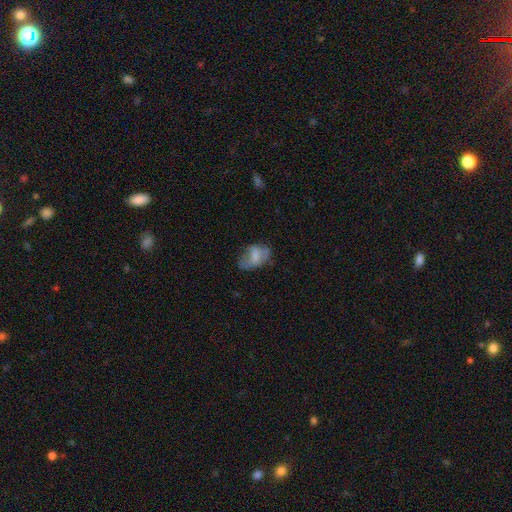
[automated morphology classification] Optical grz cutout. It shows a smooth galaxy with no disk features (64%) that is in between round and cigar-shaped (87%). Merging: none (43%).